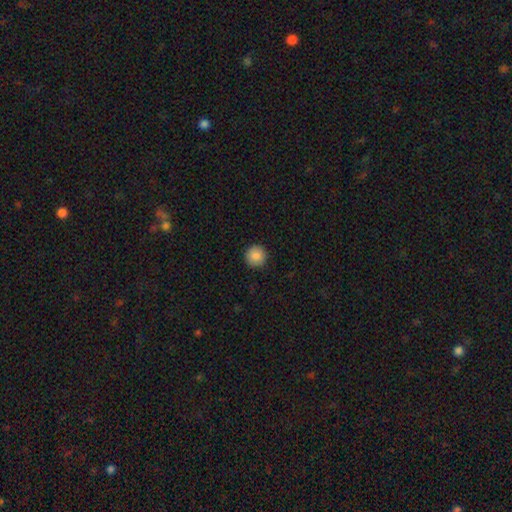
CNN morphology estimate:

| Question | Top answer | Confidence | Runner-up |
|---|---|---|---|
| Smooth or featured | smooth | 88% | star or artifact (8%) |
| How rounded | round | 96% | in between (3%) |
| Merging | none | 92% | minor disturbance (5%) |